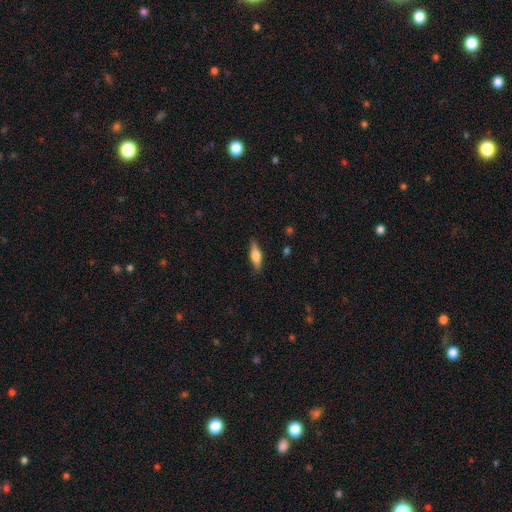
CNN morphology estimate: smooth 59%, featured or disk 35%, star or artifact 7%. Down the decision tree: how rounded — cigar-shaped (50%); merging — none (85%).